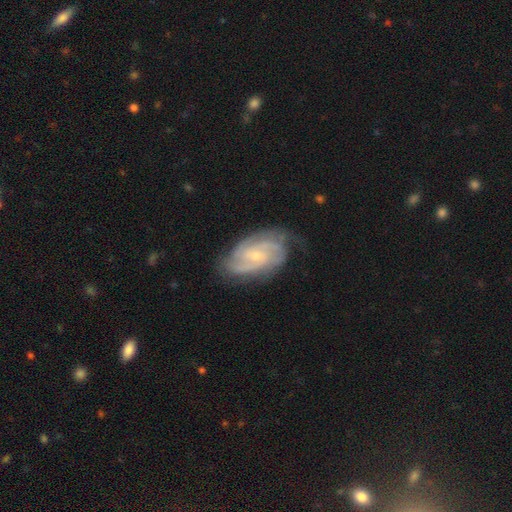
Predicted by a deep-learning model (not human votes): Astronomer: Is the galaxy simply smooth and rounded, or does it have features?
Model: featured or disk — 87%.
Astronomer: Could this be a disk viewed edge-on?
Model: no — 97%.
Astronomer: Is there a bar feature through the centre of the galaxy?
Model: no — 53% (runner-up: weak, 38%).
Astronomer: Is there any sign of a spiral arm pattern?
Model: yes — 97%.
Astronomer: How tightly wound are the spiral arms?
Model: tight — 55% (runner-up: medium, 38%).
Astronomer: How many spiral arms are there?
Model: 3 — 33% (runner-up: 2, 29%).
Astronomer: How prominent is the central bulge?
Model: small — 73%.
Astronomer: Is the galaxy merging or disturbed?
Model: none — 74%.